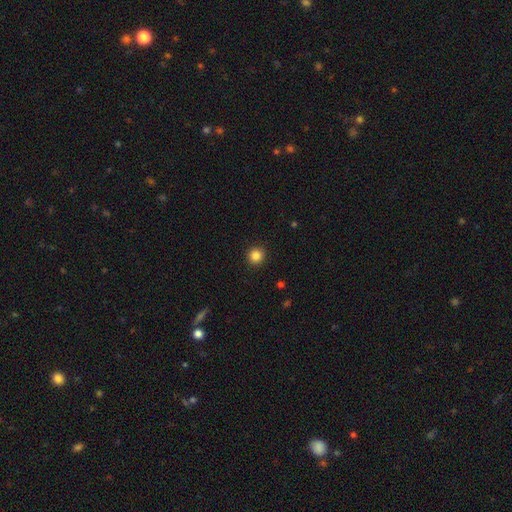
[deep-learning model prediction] smooth 85%, star or artifact 11%, featured or disk 4%. Down the decision tree: how rounded — round (94%); merging — none (93%).